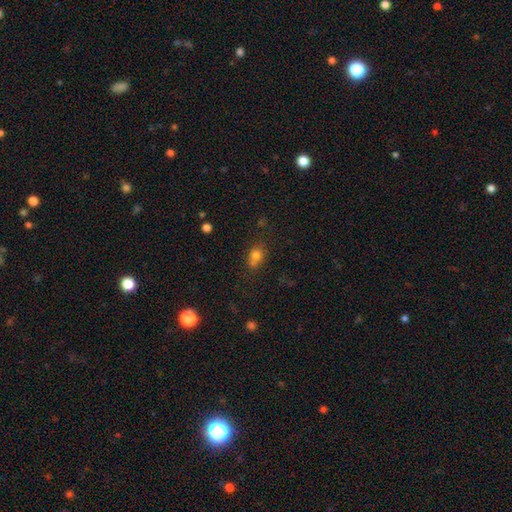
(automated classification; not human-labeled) smooth 75%, star or artifact 14%, featured or disk 11%. Down the decision tree: how rounded — round (63%); merging — none (49%).